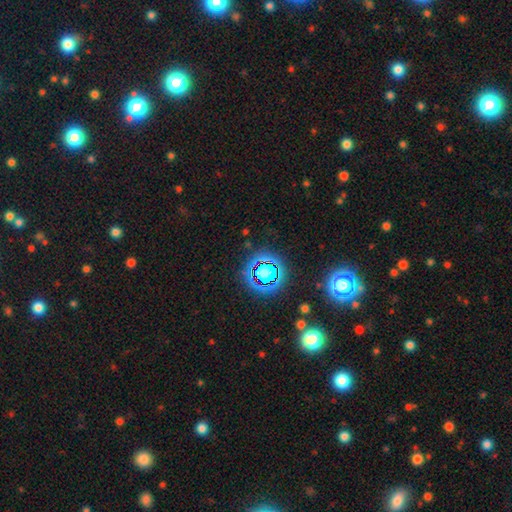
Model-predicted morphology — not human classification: Smooth or featured?
  - star or artifact: 79% *
  - smooth: 13%
  - featured or disk: 8%